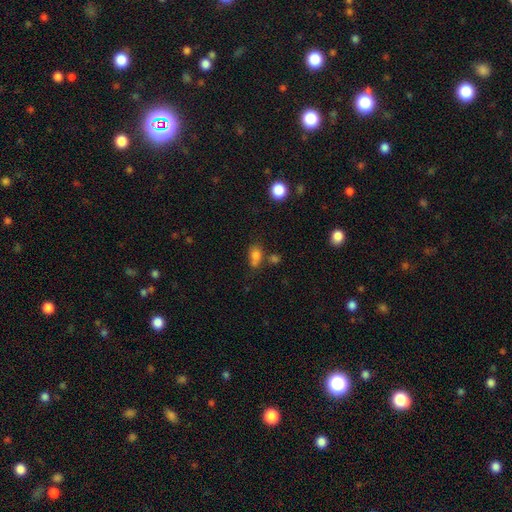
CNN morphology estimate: This appears to be a smooth galaxy with no disk features (77%) that is in between round and cigar-shaped (68%). Merging: none (45%).